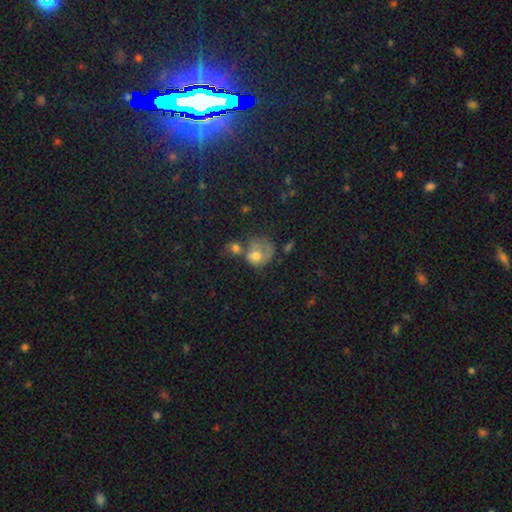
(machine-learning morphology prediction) Overall: smooth (61%; featured or disk 28%). How rounded: round (63%; in between 36%). Merging: merger (37%; major disturbance 26%).